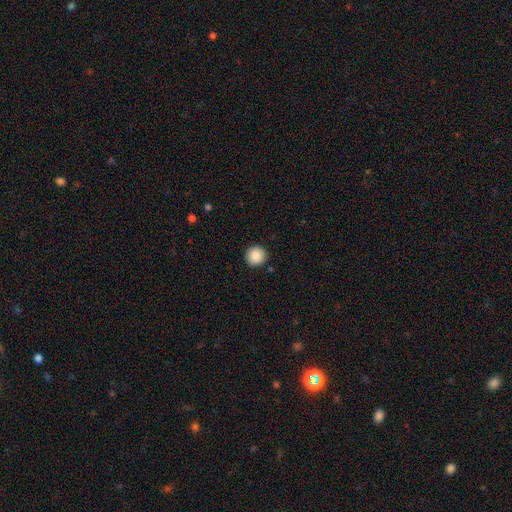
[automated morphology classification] A smooth galaxy with no disk features (88%) that is round (95%).

Vote fractions:
- Smooth or featured? smooth: 88% / star or artifact: 8% / featured or disk: 4%
- How rounded? round: 95% / in between: 4% / cigar-shaped: 1%
- Merging? none: 92% / minor disturbance: 5% / major disturbance: 2% / merger: 1%